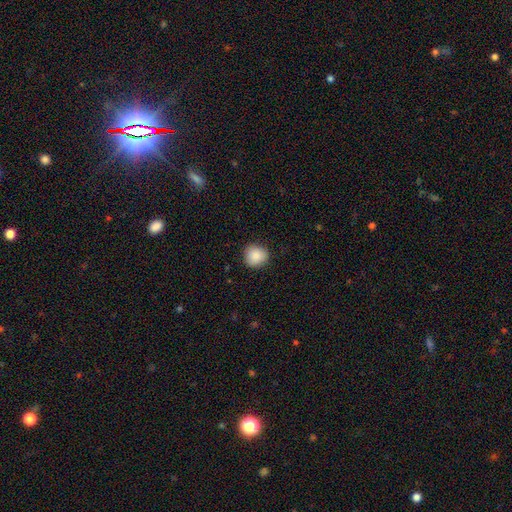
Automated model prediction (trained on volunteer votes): Morphology: type=smooth (89%); roundness=round (89%); merging=none (86%).